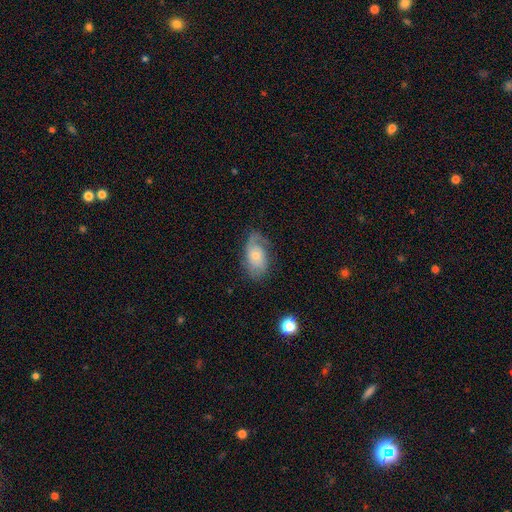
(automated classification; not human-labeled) Overall: featured or disk (53%; smooth 39%). Edge-on disk: no (94%). Bar: no (76%). Spiral arms: yes (84%). Bulge size: small (54%; moderate 38%). Merging: none (61%; minor disturbance 25%).